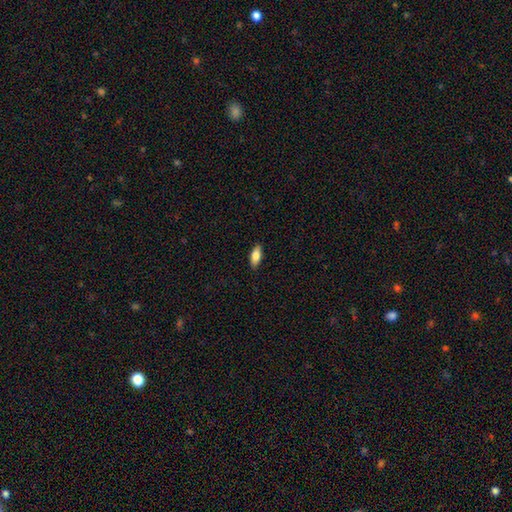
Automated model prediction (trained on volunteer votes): The model was most divided on "how rounded": in between: 84%, cigar-shaped: 14%, round: 3%. More confident: merging — none (88%); smooth or featured — smooth (82%).